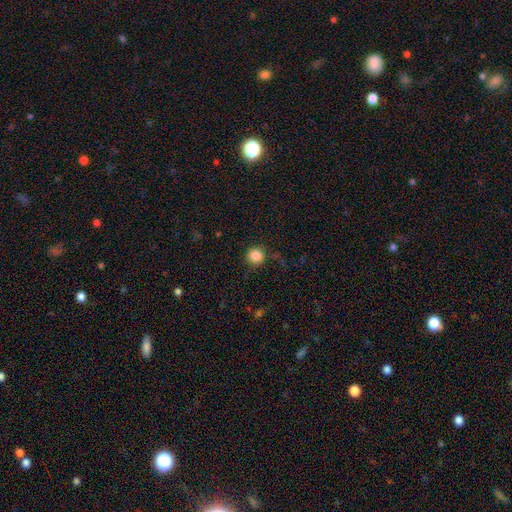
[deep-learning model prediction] Smooth or featured? Predicted: smooth (p=0.85). How rounded? Predicted: round (p=0.94). Merging? Predicted: none (p=0.86).